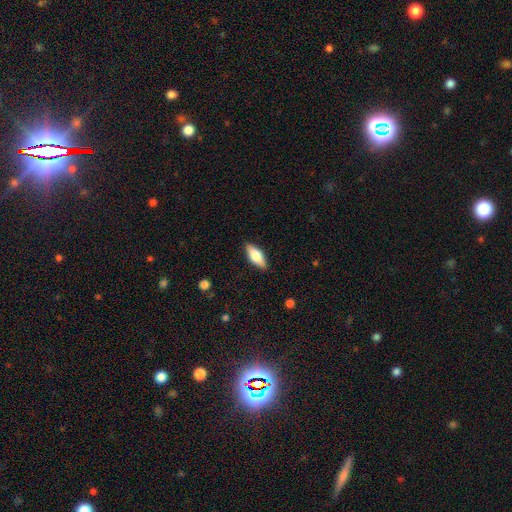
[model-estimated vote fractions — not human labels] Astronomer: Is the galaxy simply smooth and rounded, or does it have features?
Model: smooth — 66%.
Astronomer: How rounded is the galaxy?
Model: in between — 75%.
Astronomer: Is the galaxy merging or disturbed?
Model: none — 87%.